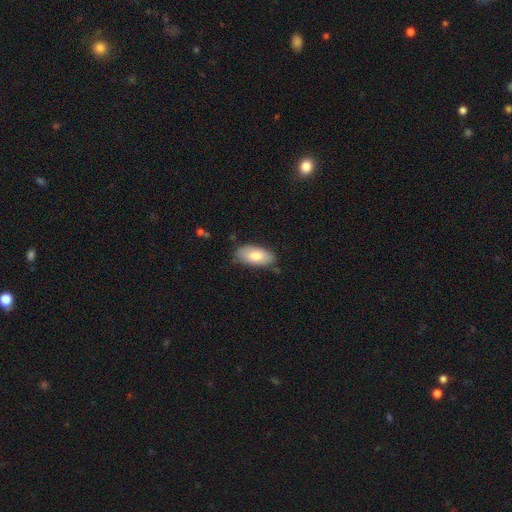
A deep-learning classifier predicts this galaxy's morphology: Smooth or featured? smooth (78%)
How rounded? in between (93%)
Merging? none (76%)